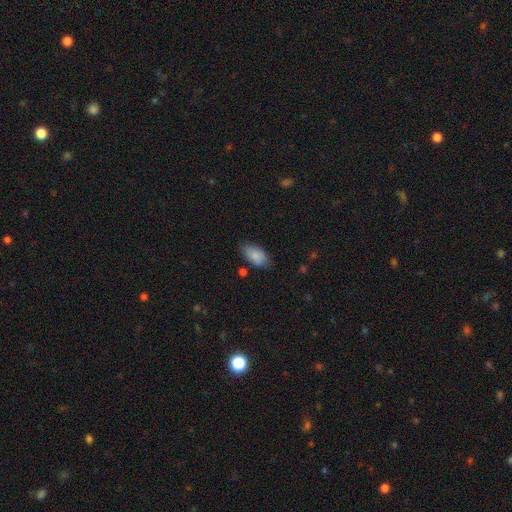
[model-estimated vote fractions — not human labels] smooth-or-featured: smooth: 86% | featured or disk: 8% | star or artifact: 6%
  how-rounded: in between: 93% | round: 3% | cigar-shaped: 3%
  merging: none: 77% | minor disturbance: 17% | major disturbance: 4% | merger: 3%